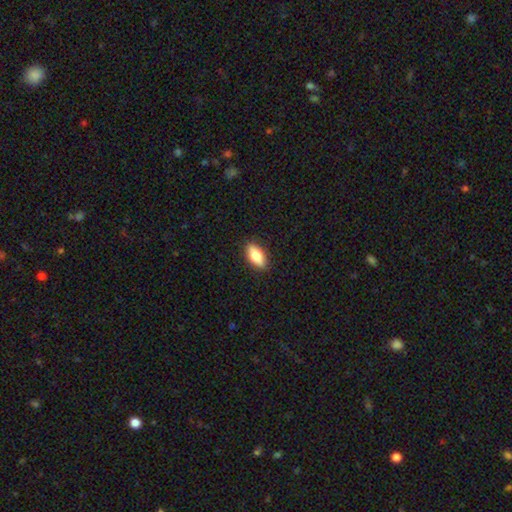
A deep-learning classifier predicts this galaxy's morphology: Smooth or featured? Predicted: smooth (p=0.74). How rounded? Predicted: in between (p=0.79). Merging? Predicted: none (p=0.89).